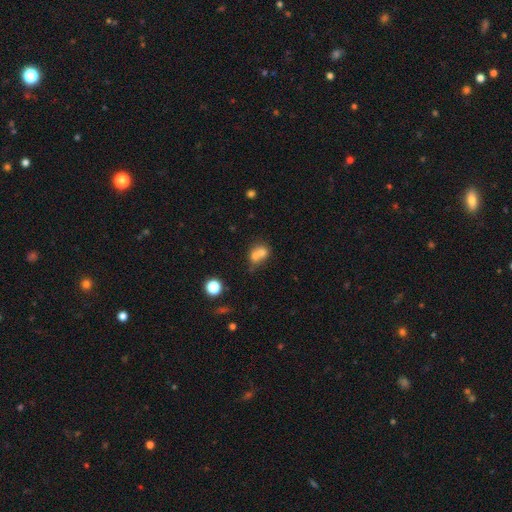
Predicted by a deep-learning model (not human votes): Smooth or featured?
  - smooth: 68% *
  - featured or disk: 20%
  - star or artifact: 12%
How rounded?
  - round: 63% *
  - in between: 36%
  - cigar-shaped: 1%
Merging?
  - merger: 67% *
  - none: 23%
  - minor disturbance: 6%
  - major disturbance: 4%